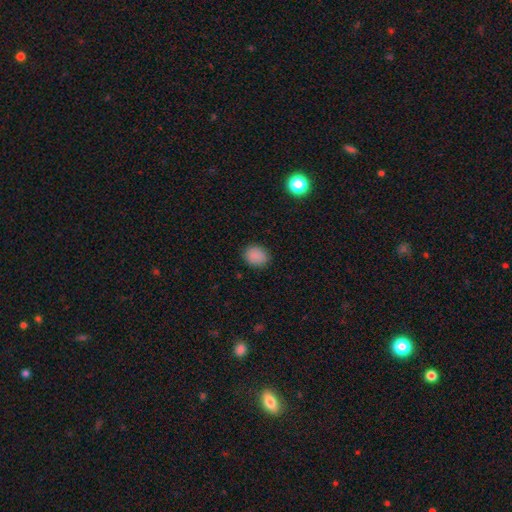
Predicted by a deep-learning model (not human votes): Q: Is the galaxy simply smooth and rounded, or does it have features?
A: smooth — 87%.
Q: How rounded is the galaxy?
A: round — 65%.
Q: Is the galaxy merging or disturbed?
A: none — 86%.